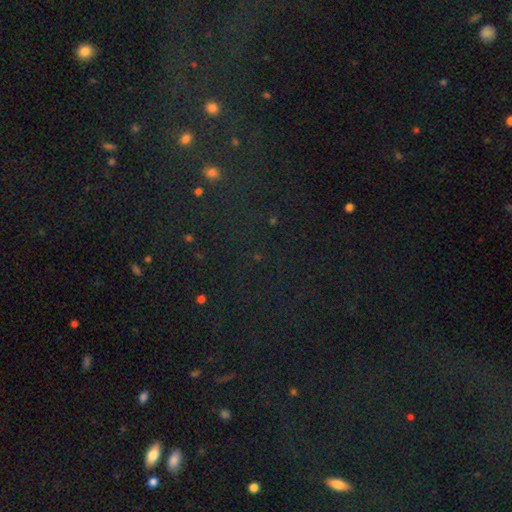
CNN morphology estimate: Smooth or featured? star or artifact (76%)